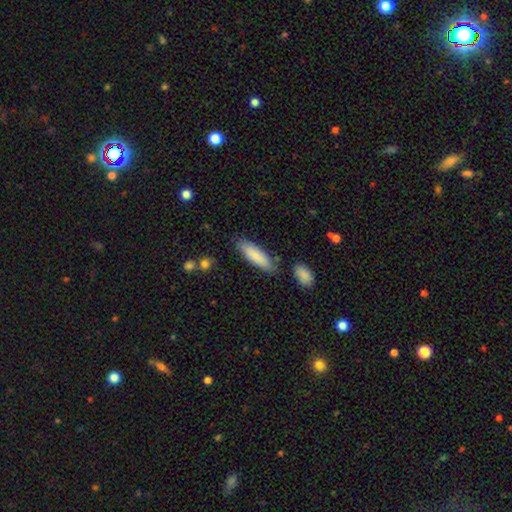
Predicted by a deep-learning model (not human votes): A smooth galaxy with no disk features (85%) that is cigar-shaped (52%). Merging: none (78%).